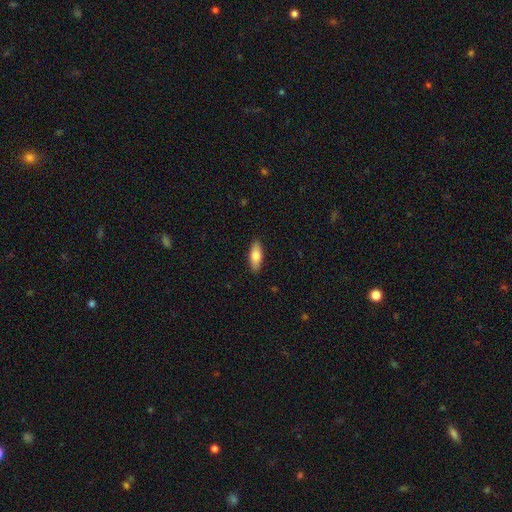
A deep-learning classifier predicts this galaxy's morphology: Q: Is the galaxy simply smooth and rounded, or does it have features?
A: smooth — 76%.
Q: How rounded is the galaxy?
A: in between — 74%.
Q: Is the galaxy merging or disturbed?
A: none — 89%.